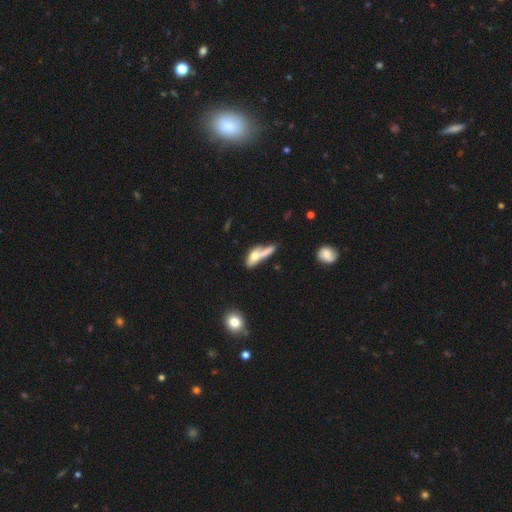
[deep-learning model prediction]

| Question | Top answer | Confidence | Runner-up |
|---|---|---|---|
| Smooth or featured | smooth | 57% | featured or disk (34%) |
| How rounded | cigar-shaped | 48% | in between (45%) |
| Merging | merger | 40% | none (30%) |